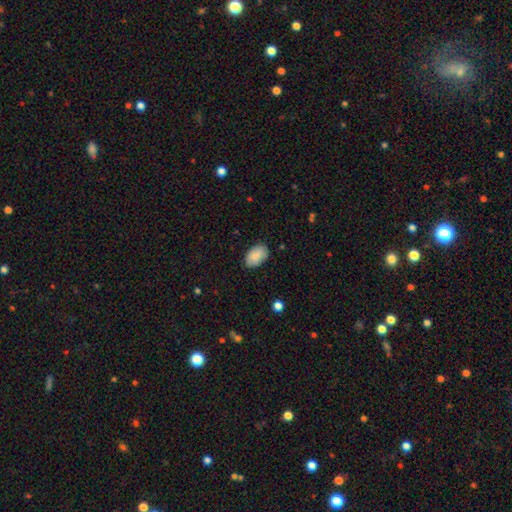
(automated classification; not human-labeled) Smooth or featured?
  - smooth: 88% *
  - star or artifact: 6%
  - featured or disk: 6%
How rounded?
  - in between: 92% *
  - round: 6%
  - cigar-shaped: 1%
Merging?
  - none: 84% *
  - minor disturbance: 12%
  - major disturbance: 2%
  - merger: 1%